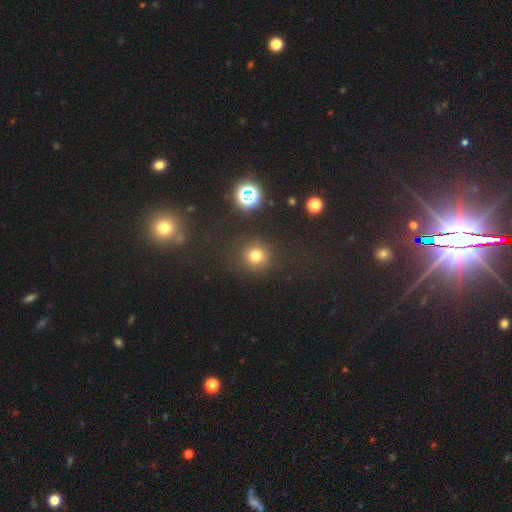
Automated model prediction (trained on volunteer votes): Smooth or featured? smooth (75%)
How rounded? round (89%)
Merging? none (86%)